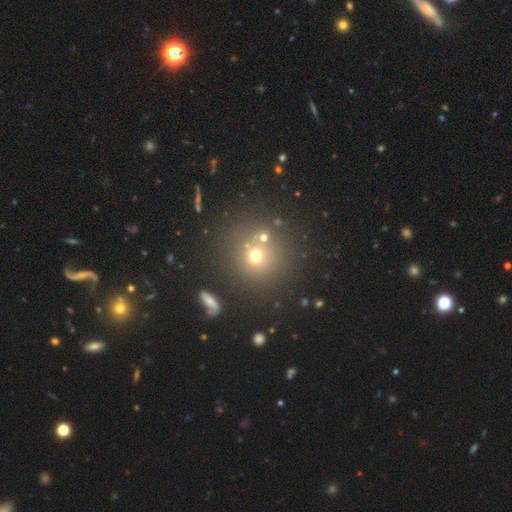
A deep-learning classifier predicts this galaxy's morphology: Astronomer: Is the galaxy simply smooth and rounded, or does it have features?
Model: smooth — 63%.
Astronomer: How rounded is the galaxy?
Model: round — 91%.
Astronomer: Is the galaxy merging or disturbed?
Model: none — 75%.